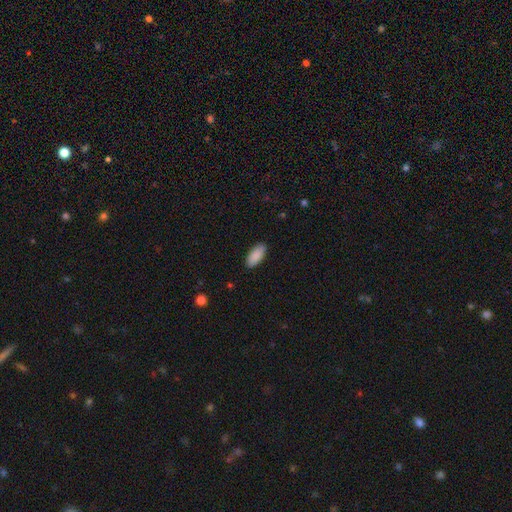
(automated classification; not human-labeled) The model was most divided on "merging": none: 88%, minor disturbance: 9%, major disturbance: 2%, merger: 1%. More confident: smooth or featured — smooth (90%); how rounded — in between (89%).